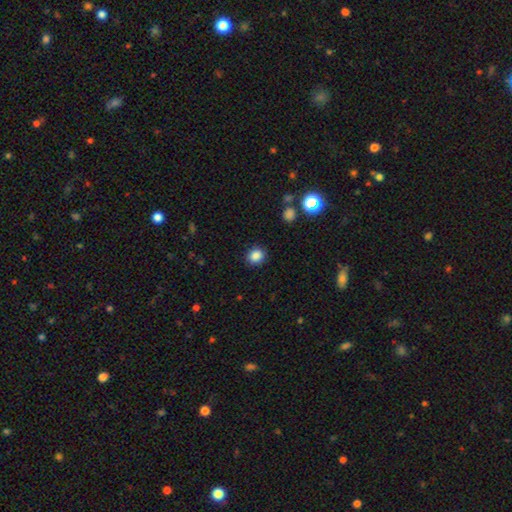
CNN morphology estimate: This is clearly a smooth galaxy (85%). How rounded: likely round (74%). Merging: clearly none (88%).